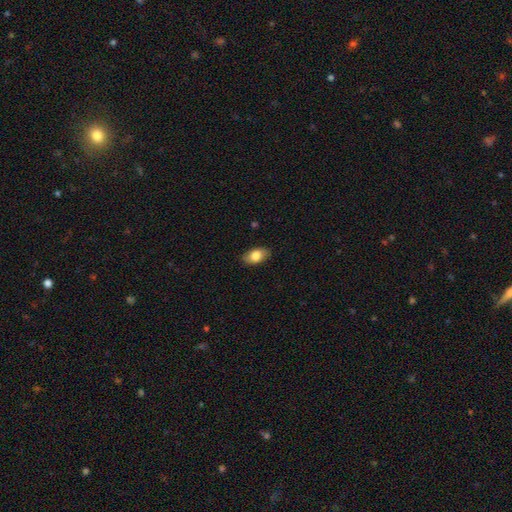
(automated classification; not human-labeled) Smooth or featured: smooth — 80% (featured or disk — 13%)
How rounded: in between — 91% (round — 6%)
Merging: none — 85% (minor disturbance — 11%)